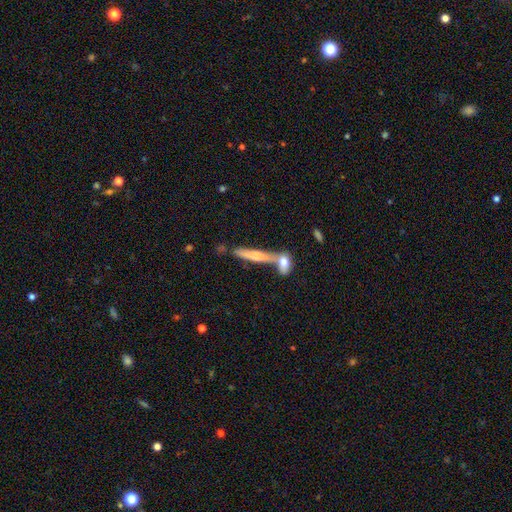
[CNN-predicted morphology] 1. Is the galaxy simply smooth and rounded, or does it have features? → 58% smooth, 36% featured or disk, 7% star or artifact.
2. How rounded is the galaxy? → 86% cigar-shaped, 11% in between, 3% round.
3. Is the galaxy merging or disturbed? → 49% none, 35% merger, 11% minor disturbance, 5% major disturbance.